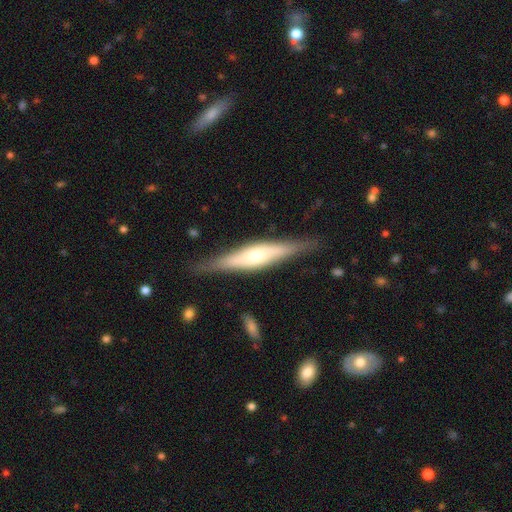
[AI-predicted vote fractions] This is likely a featured or disk galaxy (61%). It is clearly viewed edge-on (91%). Edge-on bulge: likely rounded (73%). Merging: clearly none (82%).